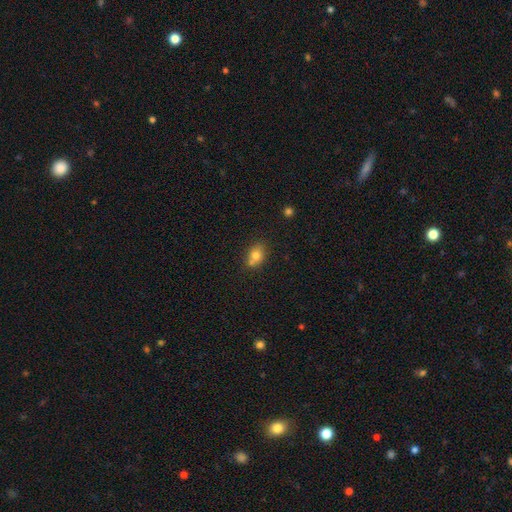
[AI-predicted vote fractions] smooth-or-featured: smooth: 76% | featured or disk: 13% | star or artifact: 11%
  how-rounded: in between: 56% | round: 42% | cigar-shaped: 2%
  merging: none: 55% | merger: 25% | minor disturbance: 16% | major disturbance: 4%